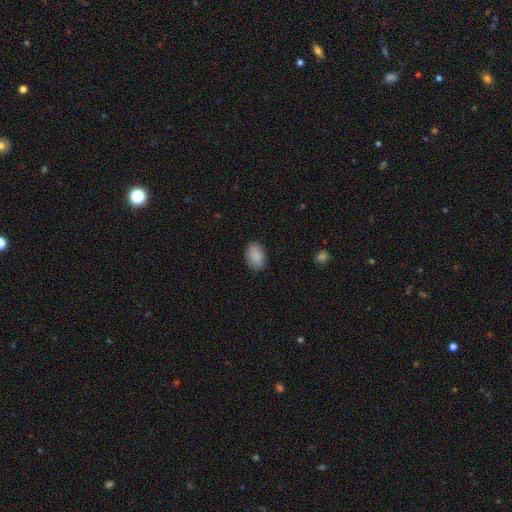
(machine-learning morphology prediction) Smooth or featured? Predicted: smooth (p=0.89). How rounded? Predicted: in between (p=0.89). Merging? Predicted: none (p=0.87).